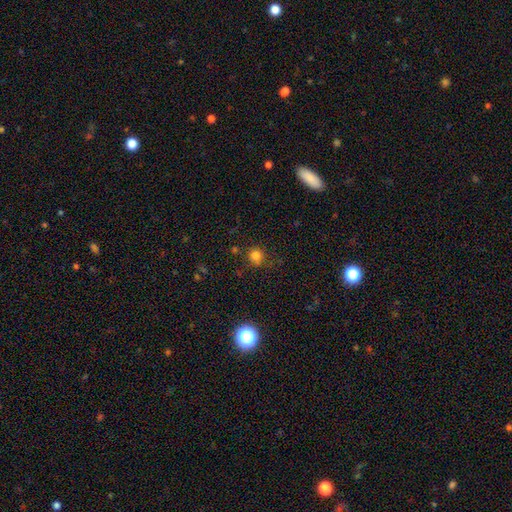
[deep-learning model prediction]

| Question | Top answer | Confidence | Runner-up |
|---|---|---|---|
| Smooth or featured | smooth | 79% | star or artifact (16%) |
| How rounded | round | 84% | in between (15%) |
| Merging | none | 76% | minor disturbance (15%) |